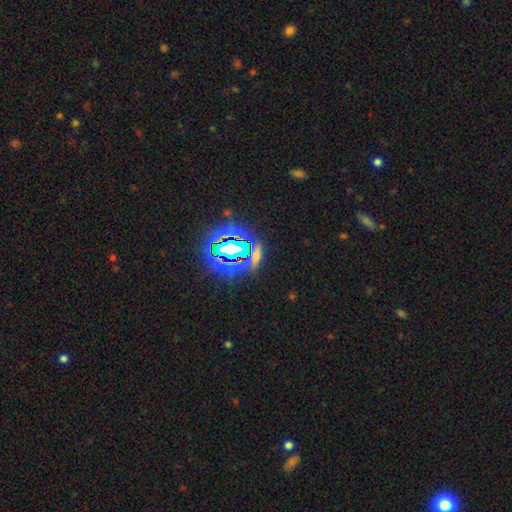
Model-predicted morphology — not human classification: Smooth or featured? Predicted: star or artifact (p=0.53).